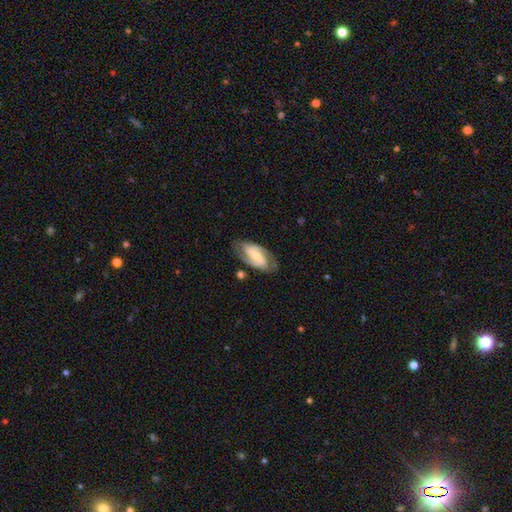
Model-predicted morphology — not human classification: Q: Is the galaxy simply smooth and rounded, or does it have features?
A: featured or disk — 84%.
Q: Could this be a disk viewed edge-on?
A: no — 96%.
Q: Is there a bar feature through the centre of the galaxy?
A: weak — 40%.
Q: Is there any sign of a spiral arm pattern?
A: yes — 96%.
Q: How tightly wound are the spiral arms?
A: medium — 51%.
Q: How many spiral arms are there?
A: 2 — 89%.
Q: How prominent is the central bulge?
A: small — 49%.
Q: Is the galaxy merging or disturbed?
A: none — 78%.